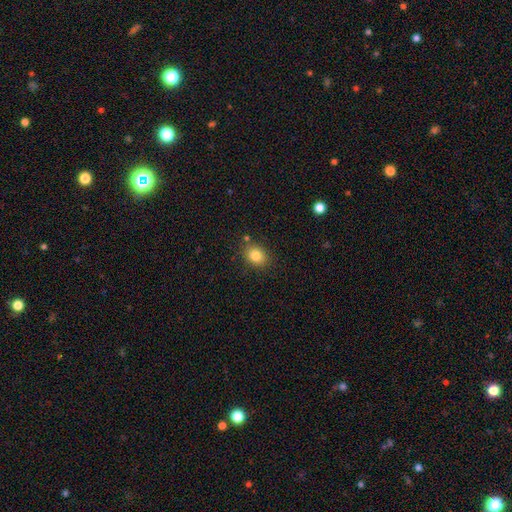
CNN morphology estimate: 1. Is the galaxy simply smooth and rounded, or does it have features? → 83% smooth, 10% star or artifact, 7% featured or disk.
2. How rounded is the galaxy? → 53% round, 46% in between, 1% cigar-shaped.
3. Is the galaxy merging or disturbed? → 83% none, 11% minor disturbance, 4% merger, 3% major disturbance.